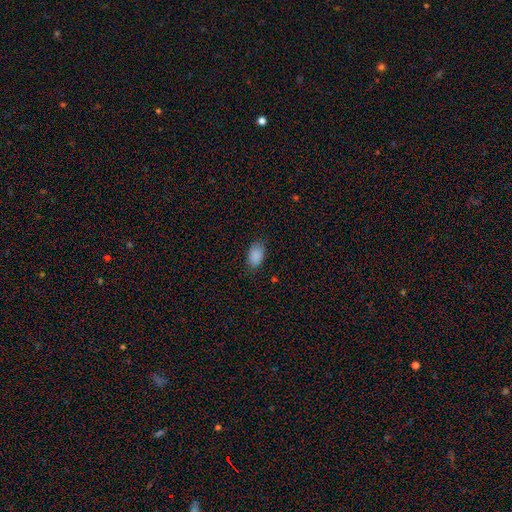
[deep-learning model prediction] The model was most divided on "merging": none: 82%, minor disturbance: 14%, major disturbance: 3%, merger: 1%. More confident: how rounded — in between (90%); smooth or featured — smooth (89%).